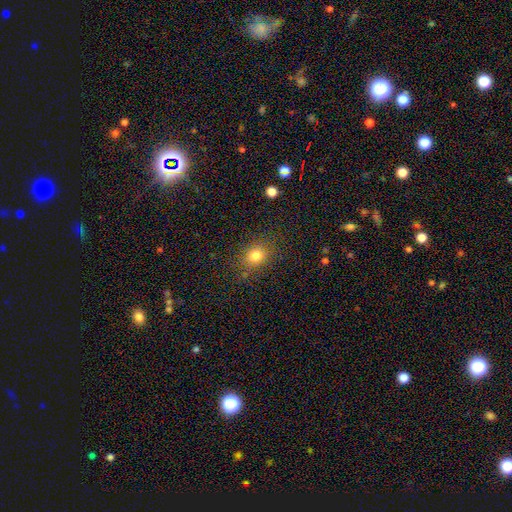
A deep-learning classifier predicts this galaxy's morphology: This is likely a smooth galaxy (79%). How rounded: likely round (61%). Merging: clearly none (82%).